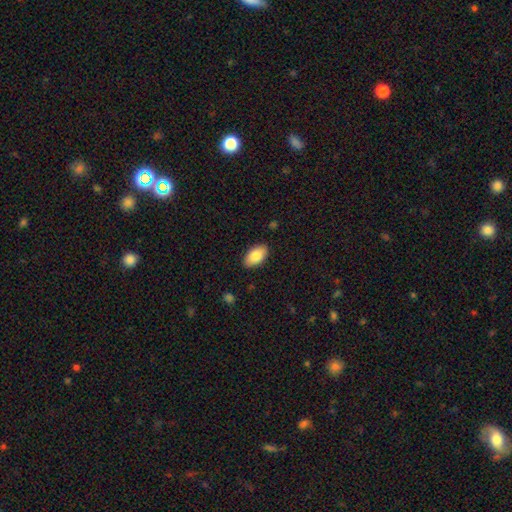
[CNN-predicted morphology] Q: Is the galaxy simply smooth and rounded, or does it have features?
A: smooth — 85%.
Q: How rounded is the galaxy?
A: in between — 94%.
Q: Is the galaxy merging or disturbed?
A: none — 87%.